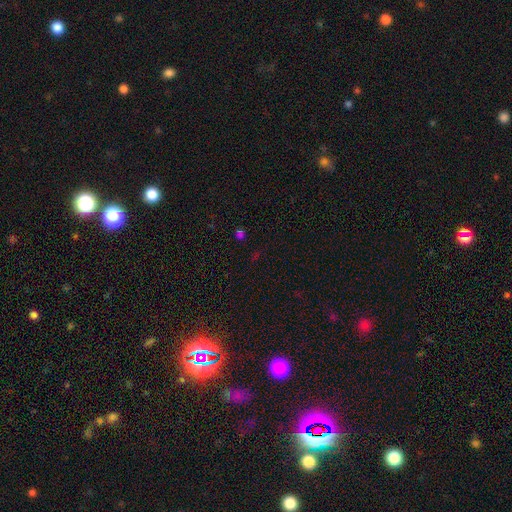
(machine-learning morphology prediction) smooth_or_featured: star or artifact (p=0.63) [alt: smooth p=0.29]